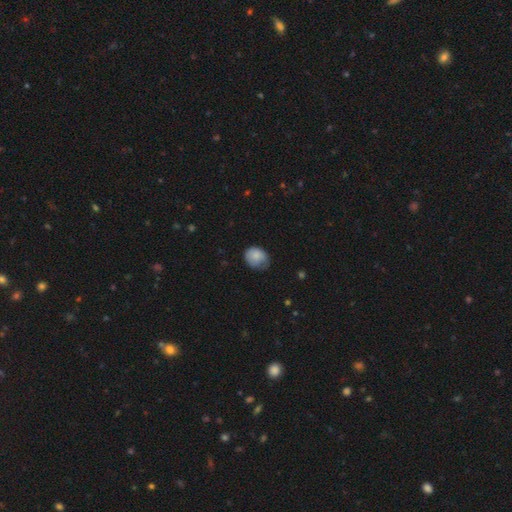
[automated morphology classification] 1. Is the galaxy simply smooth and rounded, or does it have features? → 81% smooth, 11% featured or disk, 7% star or artifact.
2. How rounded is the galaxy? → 54% round, 45% in between, 1% cigar-shaped.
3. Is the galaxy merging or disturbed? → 48% none, 39% minor disturbance, 11% major disturbance, 1% merger.